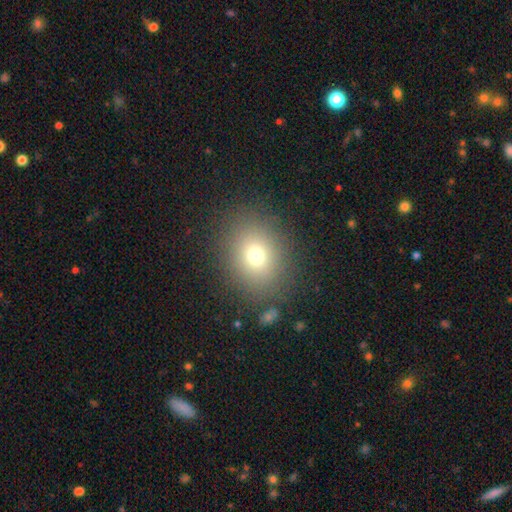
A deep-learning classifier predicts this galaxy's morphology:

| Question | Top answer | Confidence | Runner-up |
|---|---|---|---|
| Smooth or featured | smooth | 71% | star or artifact (16%) |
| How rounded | round | 62% | in between (37%) |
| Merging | none | 85% | minor disturbance (9%) |